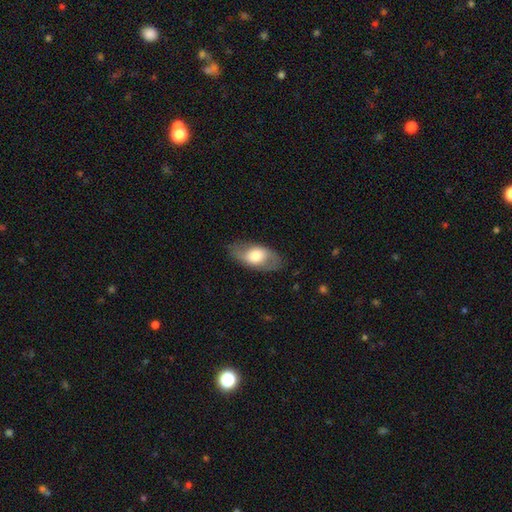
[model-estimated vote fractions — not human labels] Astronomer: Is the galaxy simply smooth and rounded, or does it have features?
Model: smooth — 54% (runner-up: featured or disk, 40%).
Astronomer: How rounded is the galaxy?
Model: in between — 89%.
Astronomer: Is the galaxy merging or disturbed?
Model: none — 77%.